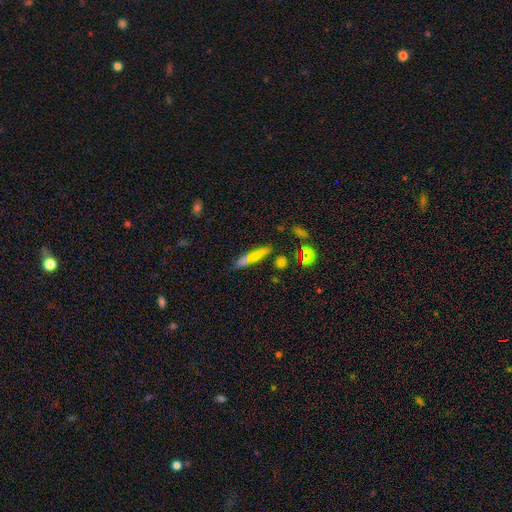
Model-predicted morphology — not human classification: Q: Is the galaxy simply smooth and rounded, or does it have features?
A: smooth — 62%.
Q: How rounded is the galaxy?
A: cigar-shaped — 81%.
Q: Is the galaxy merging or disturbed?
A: none — 66%.